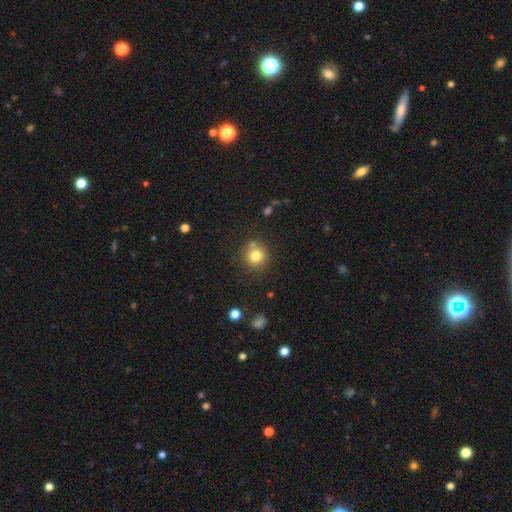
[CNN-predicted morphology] Q: Smooth or featured?
A: smooth (79%); runner-up: star or artifact (13%)
Q: How rounded?
A: round (93%); runner-up: in between (6%)
Q: Merging?
A: none (77%); runner-up: merger (10%)